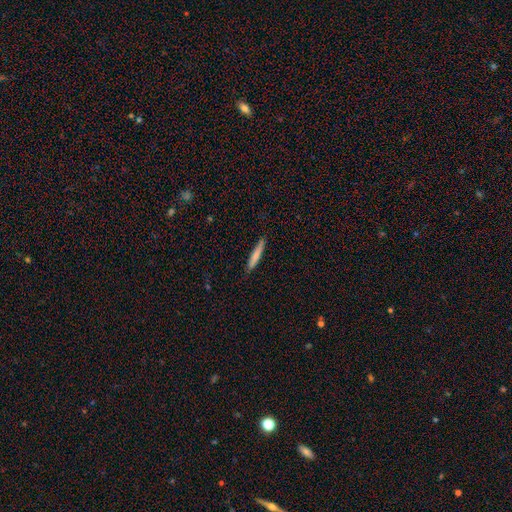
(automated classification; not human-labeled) smooth_or_featured: smooth (p=0.74) [alt: featured or disk p=0.21]
how_rounded: cigar-shaped (p=0.93) [alt: in between p=0.05]
merging: none (p=0.86) [alt: minor disturbance p=0.11]